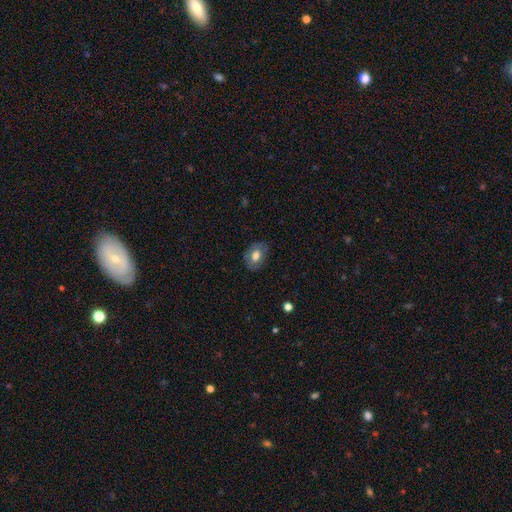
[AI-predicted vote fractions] Q: Smooth or featured?
A: smooth (67%); runner-up: featured or disk (25%)
Q: How rounded?
A: in between (76%); runner-up: round (23%)
Q: Merging?
A: none (78%); runner-up: minor disturbance (17%)